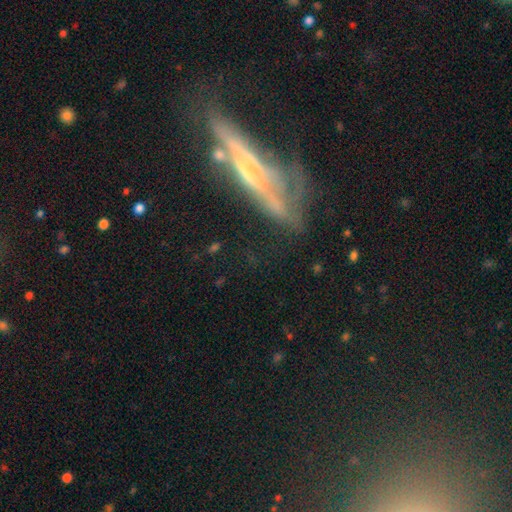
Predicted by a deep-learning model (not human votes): The model was most divided on "merging": none: 45%, major disturbance: 23%, minor disturbance: 22%, merger: 10%. More confident: edge-on disk — yes (62%); smooth or featured — featured or disk (61%).